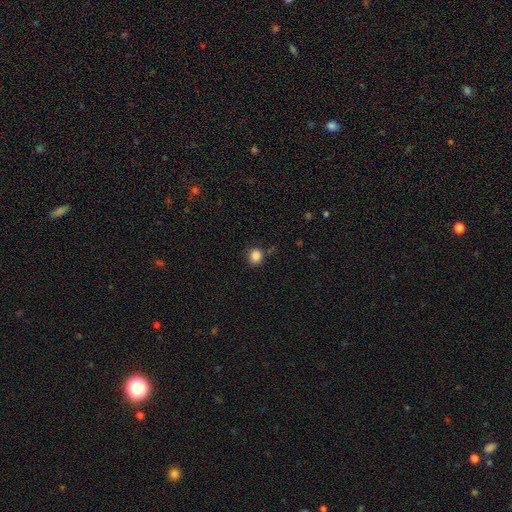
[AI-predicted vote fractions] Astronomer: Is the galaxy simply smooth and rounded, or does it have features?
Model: smooth — 85%.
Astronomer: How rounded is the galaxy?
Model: round — 75%.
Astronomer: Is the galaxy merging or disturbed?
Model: none — 80%.